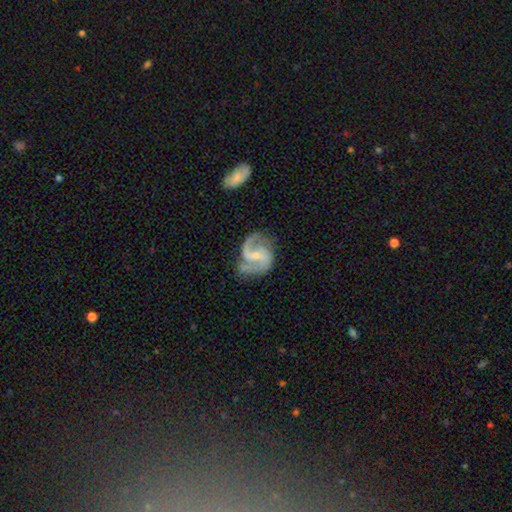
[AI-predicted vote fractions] This appears to be a featured or disk galaxy (90%) with a weak bar (50%), 2 (90%) medium (57%) spiral arms (97%) and a small central bulge (66%). Merging: none (67%).